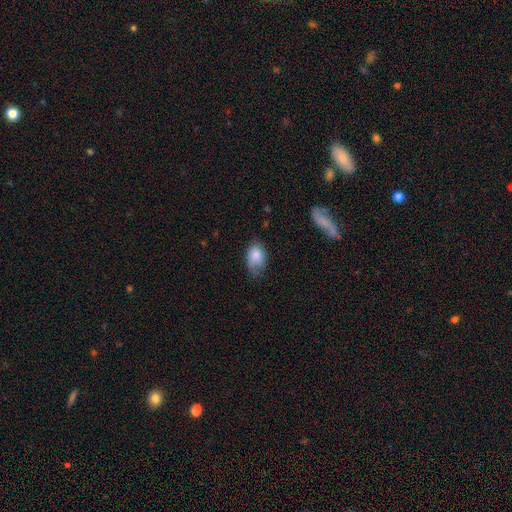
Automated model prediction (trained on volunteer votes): smooth_or_featured: smooth (p=0.79) [alt: featured or disk p=0.13]
how_rounded: in between (p=0.89) [alt: round p=0.10]
merging: none (p=0.45) [alt: minor disturbance p=0.37]